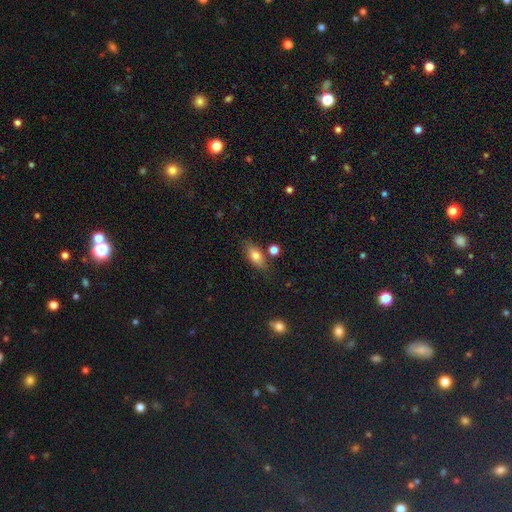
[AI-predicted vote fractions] Q: Smooth or featured?
A: smooth (76%); runner-up: featured or disk (16%)
Q: How rounded?
A: in between (81%); runner-up: cigar-shaped (13%)
Q: Merging?
A: none (75%); runner-up: minor disturbance (14%)